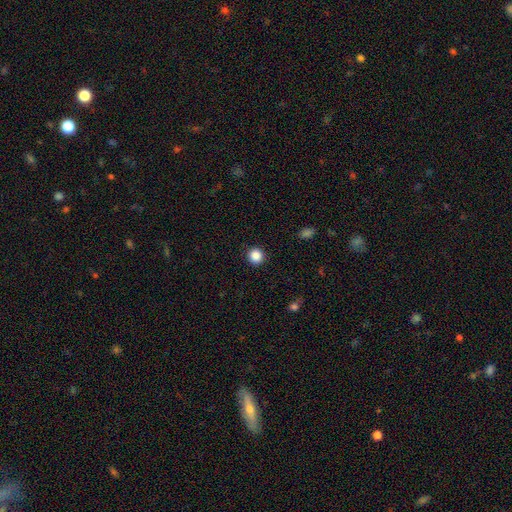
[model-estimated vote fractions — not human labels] Smooth or featured? smooth (87%)
How rounded? round (93%)
Merging? none (92%)